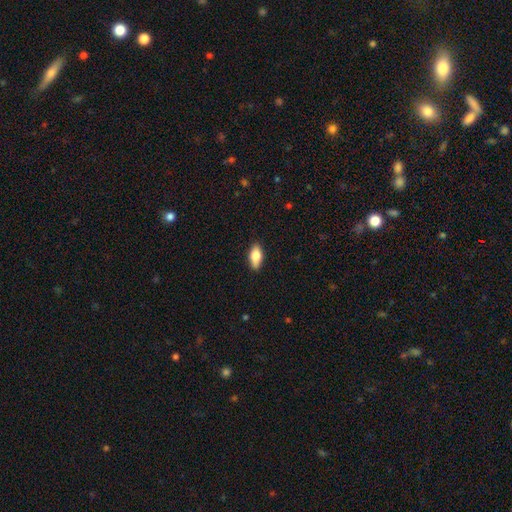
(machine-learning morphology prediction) Smooth or featured: smooth — 76% (featured or disk — 17%)
How rounded: in between — 85% (cigar-shaped — 11%)
Merging: none — 87% (minor disturbance — 10%)